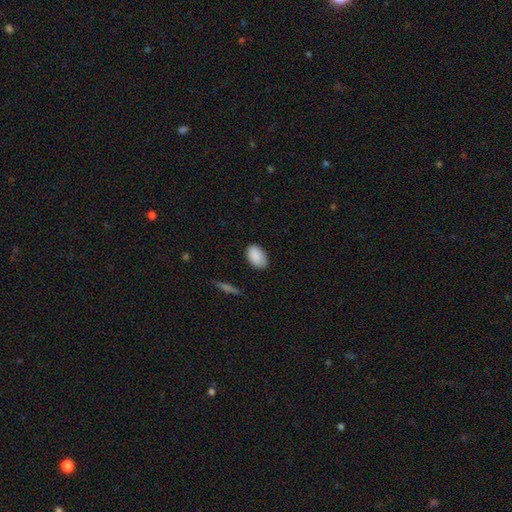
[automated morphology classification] smooth 89%, star or artifact 7%, featured or disk 4%. Down the decision tree: how rounded — in between (91%); merging — none (80%).